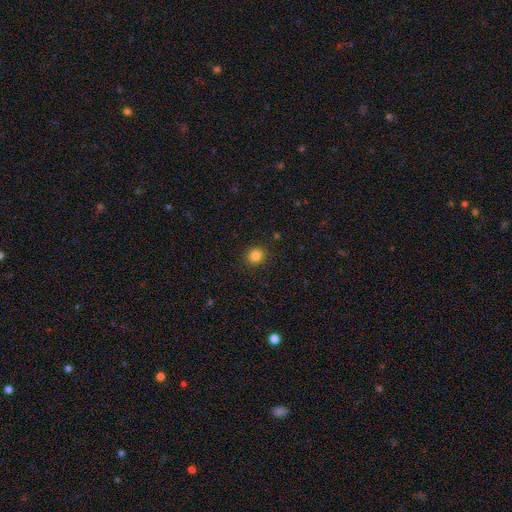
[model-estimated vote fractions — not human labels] A smooth galaxy with no disk features (84%) that is round (84%).

Vote fractions:
- Smooth or featured? smooth: 84% / star or artifact: 12% / featured or disk: 4%
- How rounded? round: 84% / in between: 15% / cigar-shaped: 1%
- Merging? none: 90% / minor disturbance: 7% / major disturbance: 2% / merger: 1%